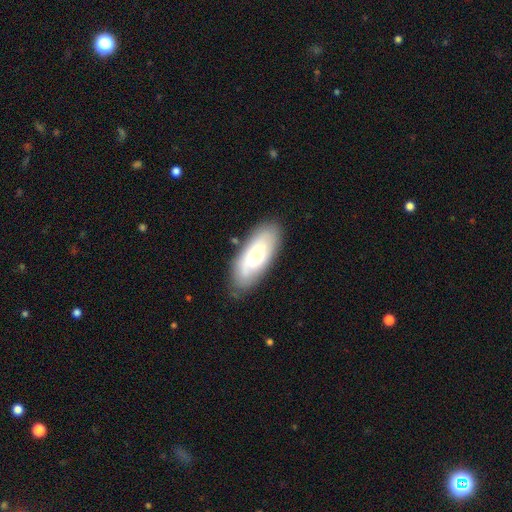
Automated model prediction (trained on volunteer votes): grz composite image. It shows a smooth galaxy with no disk features (51%) that is in between round and cigar-shaped (82%). Merging: none (78%).